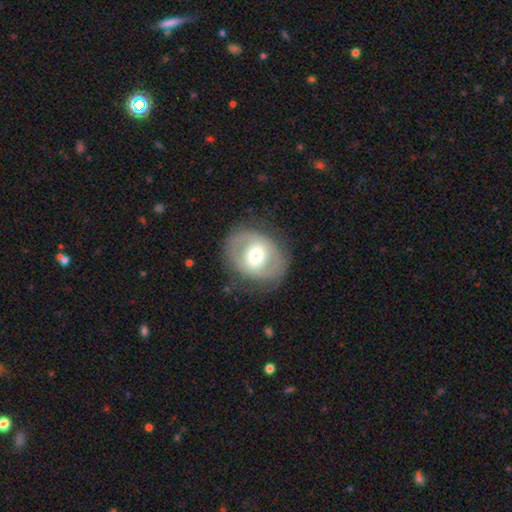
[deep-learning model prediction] Morphology: type=featured or disk (54%); edge-on=no (95%); bar=no (53%); spiral arms=no (61%); bulge=moderate (62%); merging=none (74%).